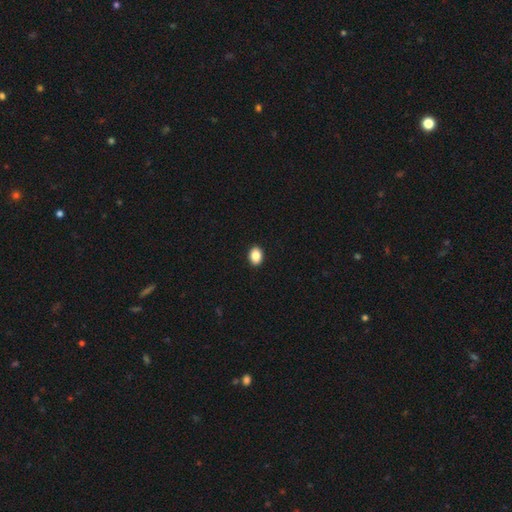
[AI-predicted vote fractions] smooth-or-featured: smooth: 87% | star or artifact: 8% | featured or disk: 4%
  how-rounded: in between: 72% | round: 27% | cigar-shaped: 1%
  merging: none: 92% | minor disturbance: 6% | major disturbance: 1% | merger: 1%